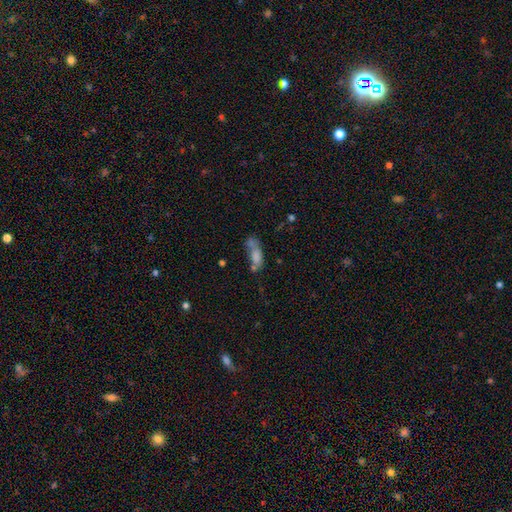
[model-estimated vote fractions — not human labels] smooth-or-featured: smooth: 69% | featured or disk: 18% | star or artifact: 13%
  how-rounded: in between: 75% | cigar-shaped: 18% | round: 6%
  merging: merger: 46% | none: 25% | minor disturbance: 15% | major disturbance: 14%